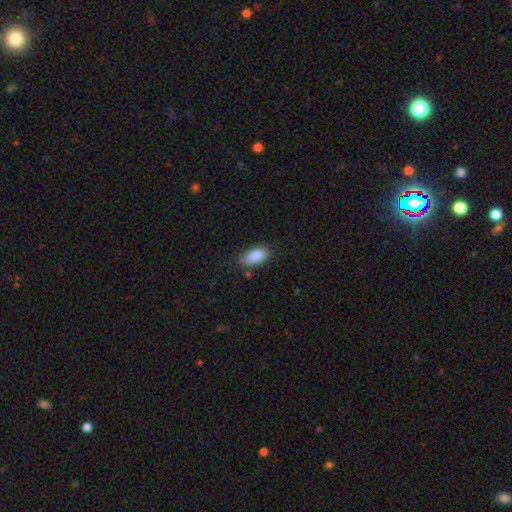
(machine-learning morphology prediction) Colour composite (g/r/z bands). It shows a smooth galaxy with no disk features (87%) that is in between round and cigar-shaped (91%). Merging: none (72%).